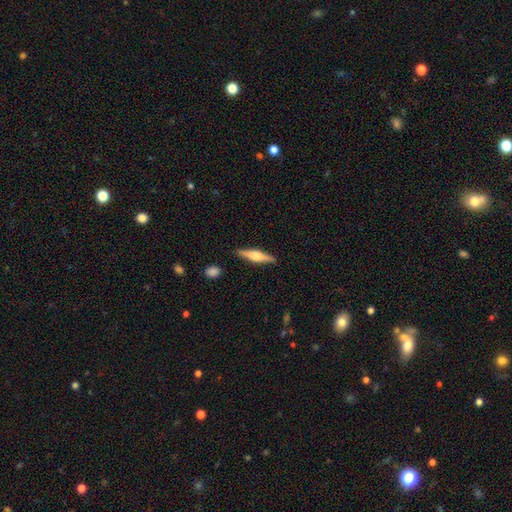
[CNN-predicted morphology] Smooth or featured: featured or disk — 61% (smooth — 33%)
Edge-on disk: yes — 97% (no — 3%)
Edge-on bulge: rounded — 86% (boxy — 11%)
Merging: none — 89% (minor disturbance — 7%)